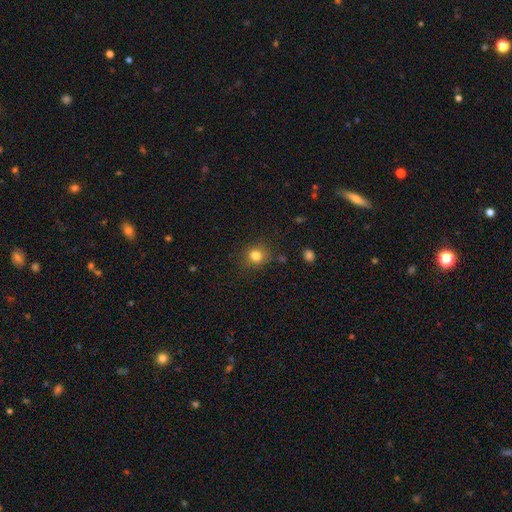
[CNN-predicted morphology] Smooth or featured? Predicted: smooth (p=0.82). How rounded? Predicted: round (p=0.82). Merging? Predicted: none (p=0.81).